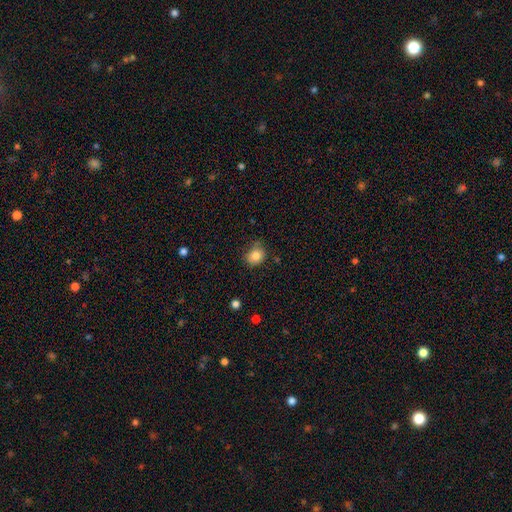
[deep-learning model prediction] Overall: smooth (82%). How rounded: round (68%; in between 31%). Merging: none (64%; minor disturbance 28%).